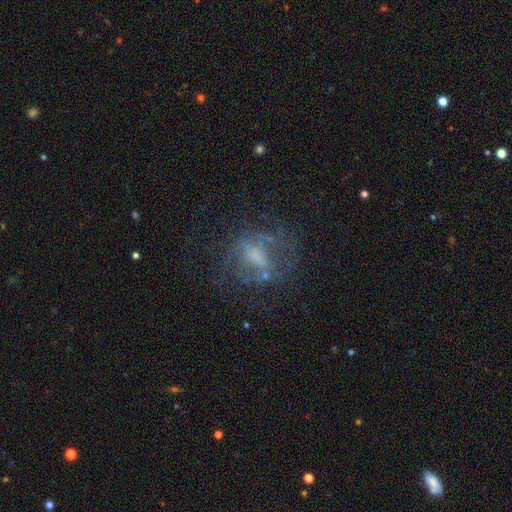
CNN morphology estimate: Q: Smooth or featured?
A: featured or disk (59%); runner-up: smooth (24%)
Q: Edge-on disk?
A: no (94%); runner-up: yes (6%)
Q: Bar?
A: no (42%); runner-up: weak (40%)
Q: Spiral arms?
A: no (55%); runner-up: yes (45%)
Q: Bulge size?
A: moderate (35%); runner-up: small (31%)
Q: Merging?
A: none (53%); runner-up: major disturbance (25%)